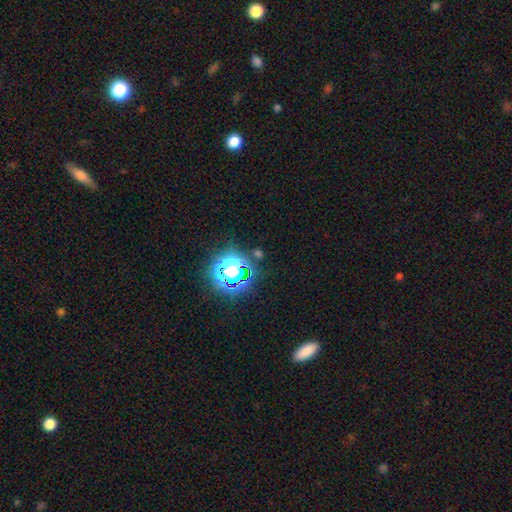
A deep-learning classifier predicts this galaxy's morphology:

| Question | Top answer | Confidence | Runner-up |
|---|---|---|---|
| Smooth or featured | star or artifact | 69% | smooth (22%) |